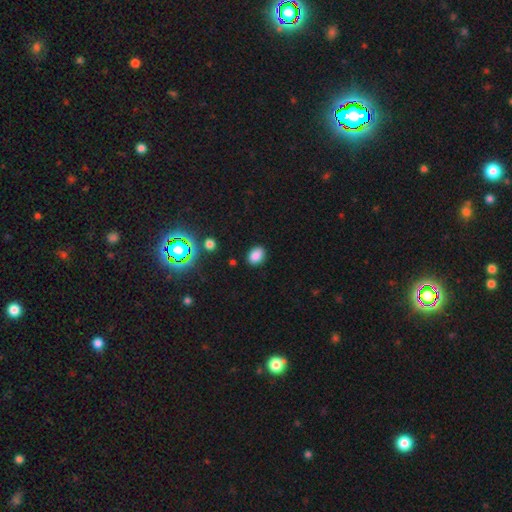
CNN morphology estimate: Smooth or featured? smooth (83%)
How rounded? in between (73%)
Merging? none (86%)